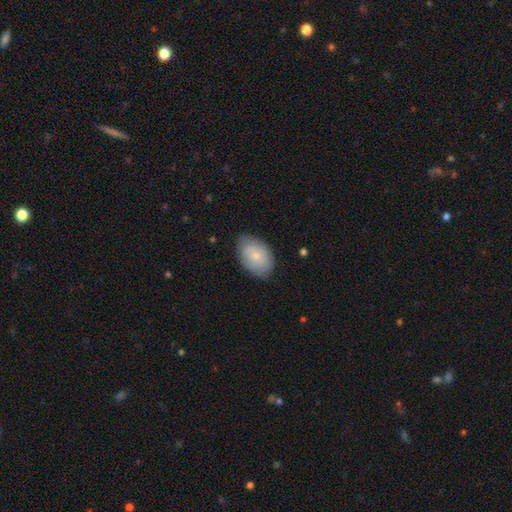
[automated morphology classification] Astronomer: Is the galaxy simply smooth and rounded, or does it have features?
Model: smooth — 79%.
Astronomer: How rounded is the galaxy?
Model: in between — 90%.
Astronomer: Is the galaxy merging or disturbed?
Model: none — 76%.